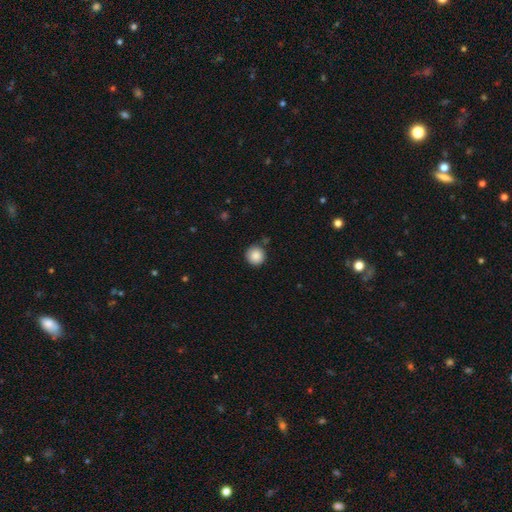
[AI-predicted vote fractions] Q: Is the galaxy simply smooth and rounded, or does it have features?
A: smooth — 87%.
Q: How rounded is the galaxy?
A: round — 94%.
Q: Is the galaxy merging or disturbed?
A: none — 86%.